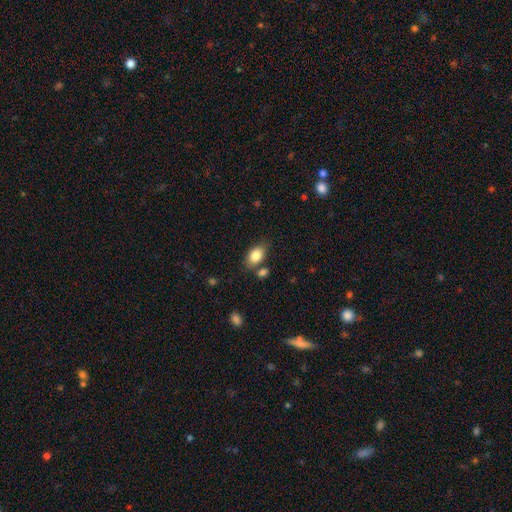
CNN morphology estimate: smooth_or_featured: smooth (p=0.83) [alt: featured or disk p=0.10]
how_rounded: in between (p=0.87) [alt: round p=0.11]
merging: none (p=0.72) [alt: minor disturbance p=0.14]